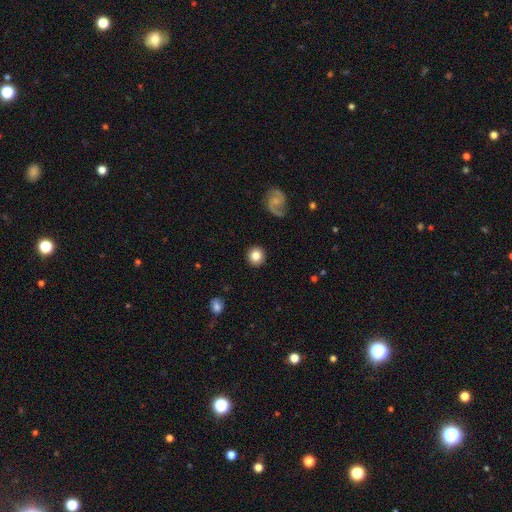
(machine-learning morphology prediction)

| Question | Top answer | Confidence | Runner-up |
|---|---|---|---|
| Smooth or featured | smooth | 80% | featured or disk (12%) |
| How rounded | round | 93% | in between (6%) |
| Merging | none | 91% | minor disturbance (6%) |